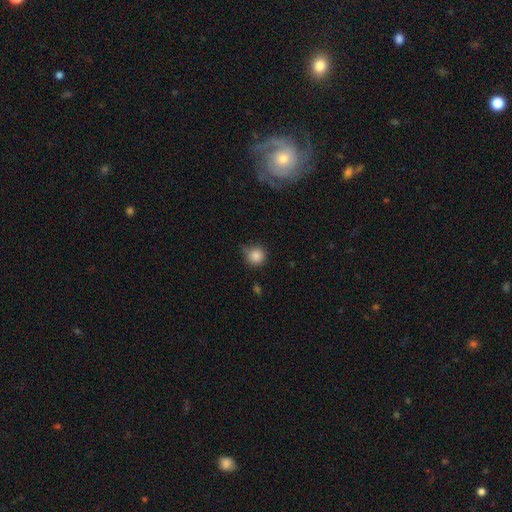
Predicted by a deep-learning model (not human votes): smooth-or-featured: smooth: 86% | star or artifact: 10% | featured or disk: 4%
  how-rounded: round: 93% | in between: 6% | cigar-shaped: 1%
  merging: none: 65% | minor disturbance: 26% | major disturbance: 5% | merger: 4%